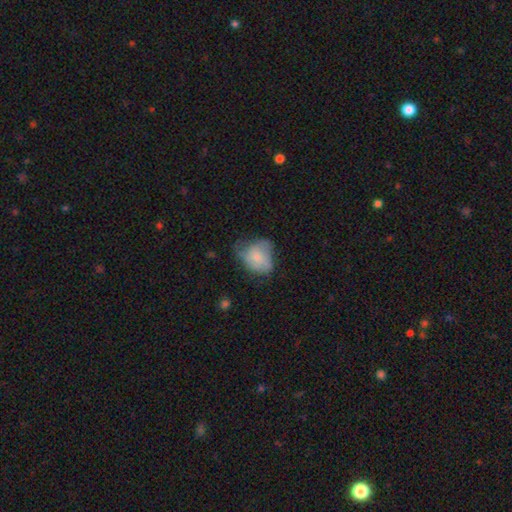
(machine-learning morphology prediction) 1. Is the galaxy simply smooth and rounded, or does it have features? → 68% smooth, 24% featured or disk, 8% star or artifact.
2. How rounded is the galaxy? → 53% in between, 46% round, 1% cigar-shaped.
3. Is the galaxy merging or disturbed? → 40% minor disturbance, 30% none, 26% major disturbance, 3% merger.